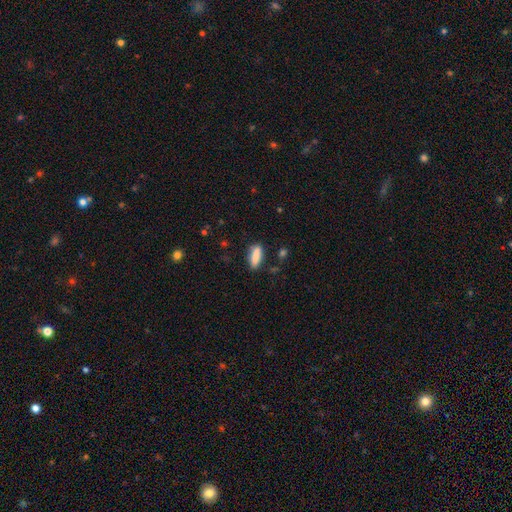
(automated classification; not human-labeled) A smooth galaxy with no disk features (86%) that is in between round and cigar-shaped (54%). Merging: none (78%).